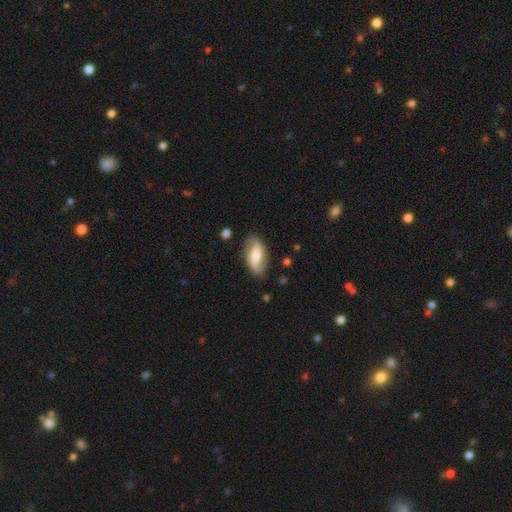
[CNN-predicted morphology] A featured or disk galaxy (49%).

Vote fractions:
- Smooth or featured? featured or disk: 49% / smooth: 45% / star or artifact: 6%
- Merging? none: 78% / minor disturbance: 16% / major disturbance: 4% / merger: 2%